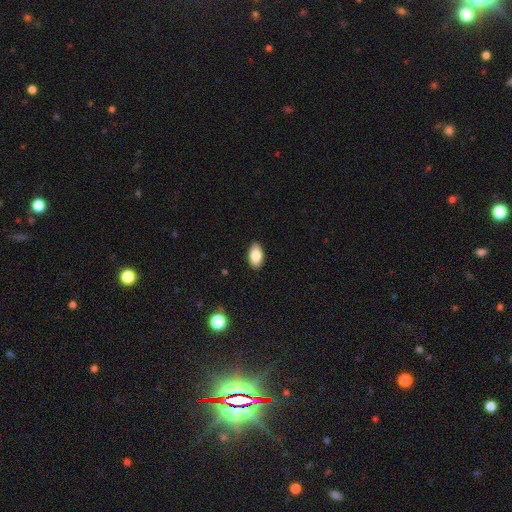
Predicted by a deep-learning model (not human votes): Overall: smooth (86%). How rounded: in between (94%). Merging: none (88%).